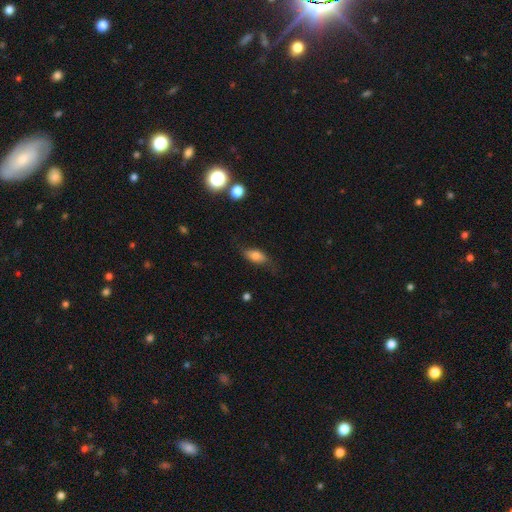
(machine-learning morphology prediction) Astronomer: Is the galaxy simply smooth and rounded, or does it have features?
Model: smooth — 72%.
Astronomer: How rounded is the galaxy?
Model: in between — 84%.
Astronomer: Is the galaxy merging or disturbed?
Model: none — 65%.